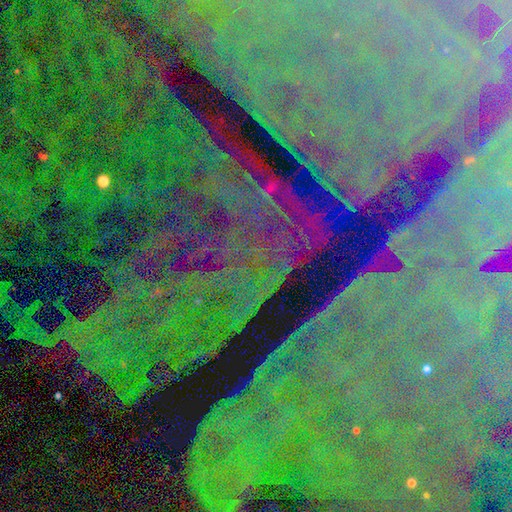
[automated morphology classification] This is clearly a star or artifact rather than a galaxy (86%).